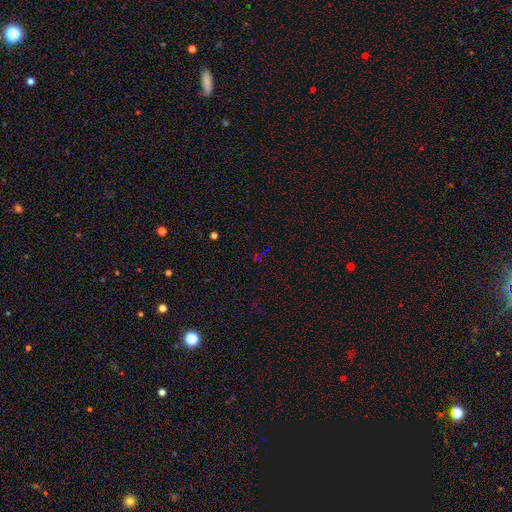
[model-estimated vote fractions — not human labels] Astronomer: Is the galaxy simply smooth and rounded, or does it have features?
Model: star or artifact — 69%.